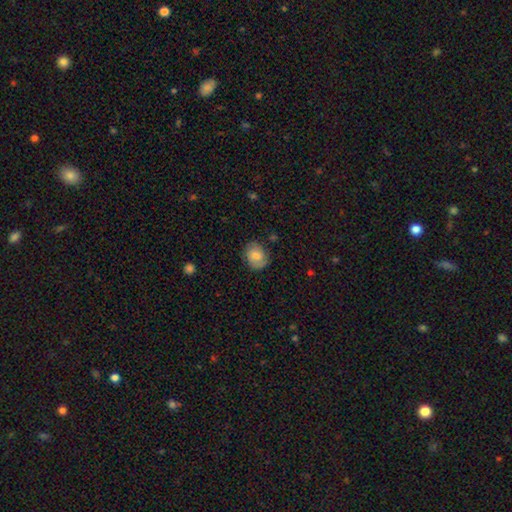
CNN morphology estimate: This is likely a smooth galaxy (66%). How rounded: possibly round (54%). Merging: likely none (78%).